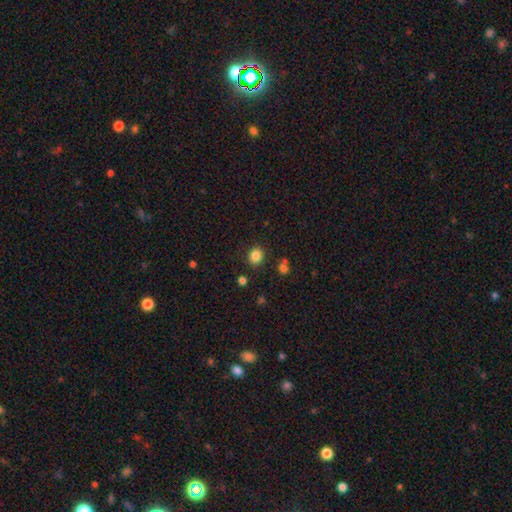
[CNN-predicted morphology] A smooth galaxy with no disk features (84%) that is round (78%). Merging: none (85%).